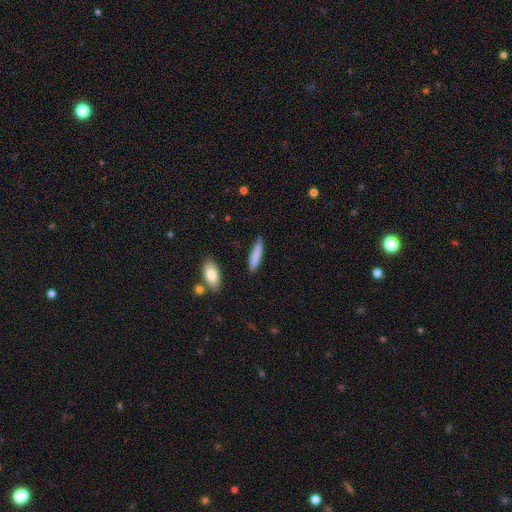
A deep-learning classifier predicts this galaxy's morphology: Q: Smooth or featured?
A: smooth (81%); runner-up: featured or disk (13%)
Q: How rounded?
A: cigar-shaped (79%); runner-up: in between (19%)
Q: Merging?
A: none (82%); runner-up: minor disturbance (13%)